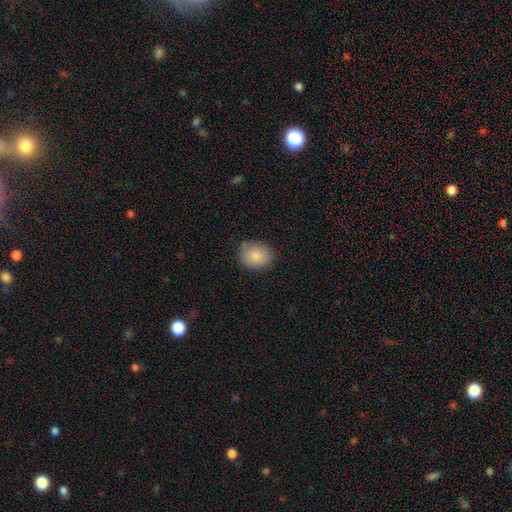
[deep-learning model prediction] smooth 86%, star or artifact 8%, featured or disk 7%. Down the decision tree: how rounded — round (58%); merging — none (80%).